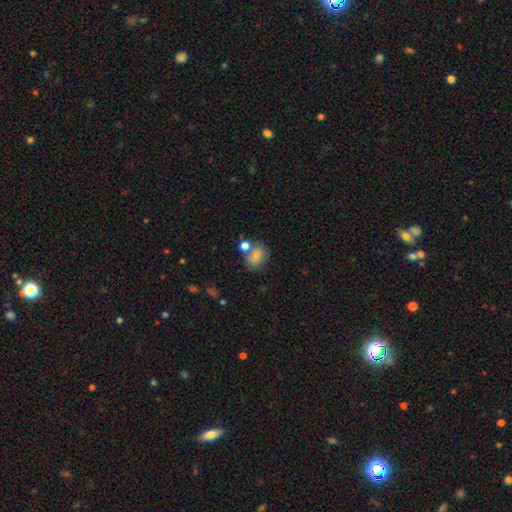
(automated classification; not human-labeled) Smooth or featured?
  - smooth: 79% *
  - featured or disk: 11%
  - star or artifact: 11%
How rounded?
  - in between: 52% *
  - round: 46%
  - cigar-shaped: 1%
Merging?
  - none: 50% *
  - merger: 26%
  - minor disturbance: 16%
  - major disturbance: 7%